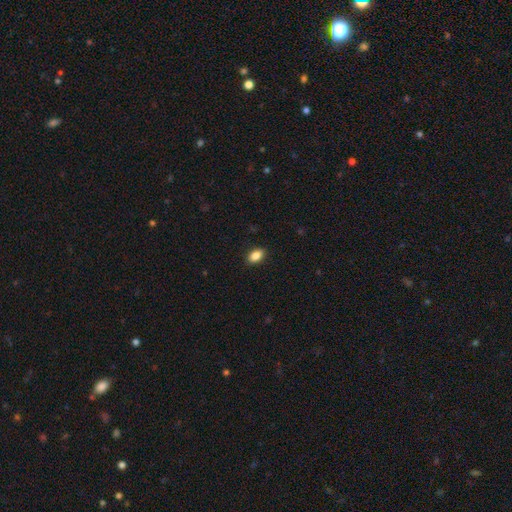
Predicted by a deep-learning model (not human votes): Overall: smooth (87%). How rounded: in between (88%). Merging: none (90%).